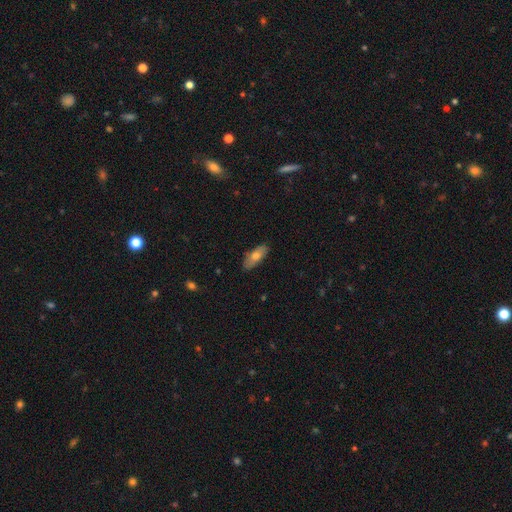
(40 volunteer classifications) Volunteers were most divided on "smooth or featured": smooth: 68%, featured or disk: 32%, star or artifact: 0%. More confident: merging — none (92%); how rounded — in between (70%).